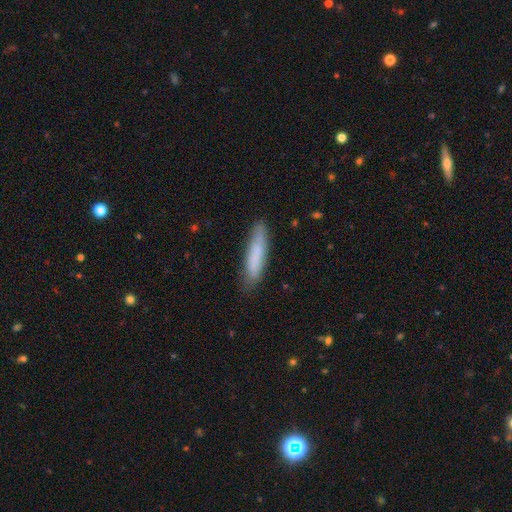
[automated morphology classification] smooth 73%, featured or disk 20%, star or artifact 7%. Down the decision tree: how rounded — cigar-shaped (82%); merging — none (78%).